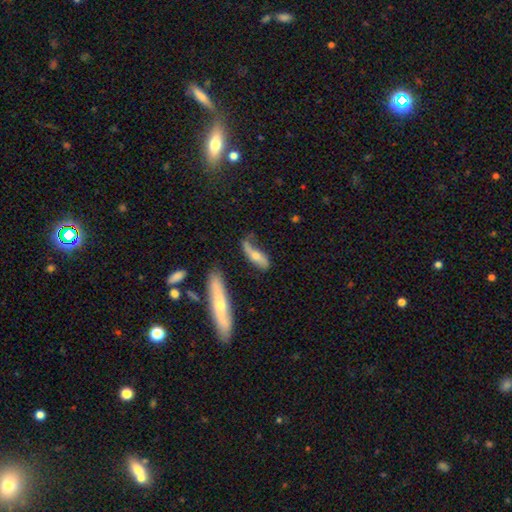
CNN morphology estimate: Q: Smooth or featured?
A: featured or disk (51%); runner-up: smooth (42%)
Q: Edge-on disk?
A: no (63%); runner-up: yes (37%)
Q: Merging?
A: none (42%); runner-up: minor disturbance (30%)